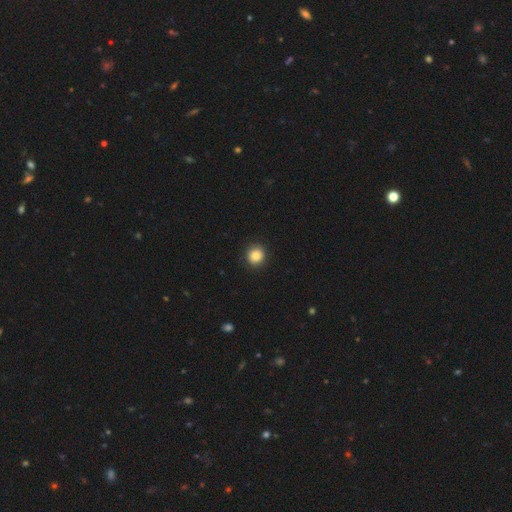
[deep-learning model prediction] smooth-or-featured: smooth: 87% | star or artifact: 9% | featured or disk: 4%
  how-rounded: round: 89% | in between: 10% | cigar-shaped: 1%
  merging: none: 90% | minor disturbance: 7% | major disturbance: 2% | merger: 1%